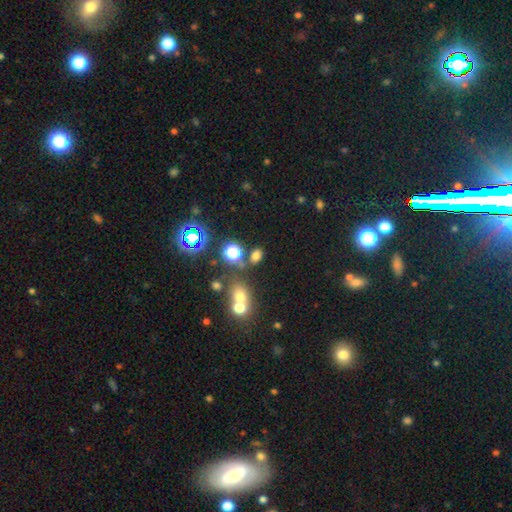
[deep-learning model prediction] smooth_or_featured: smooth (p=0.65) [alt: star or artifact p=0.27]
how_rounded: in between (p=0.71) [alt: round p=0.27]
merging: none (p=0.70) [alt: merger p=0.15]